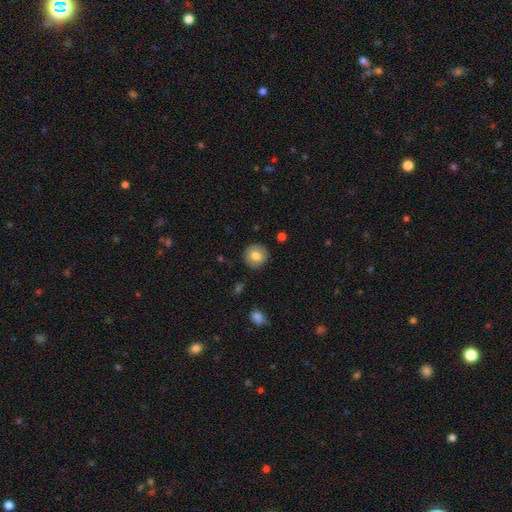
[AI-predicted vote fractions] This appears to be a smooth galaxy with no disk features (77%) that is round (92%). Merging: none (90%).